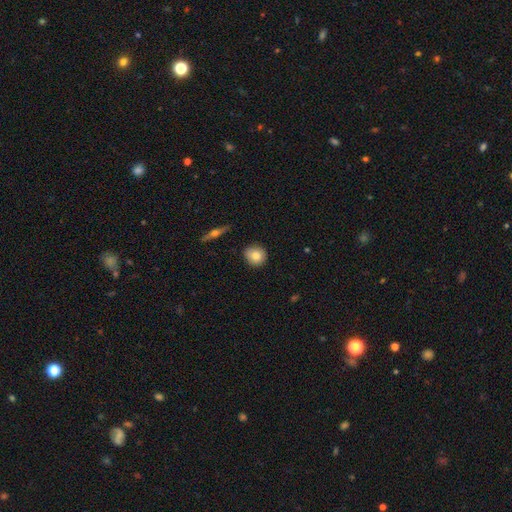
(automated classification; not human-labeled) A smooth galaxy with no disk features (80%) that is round (89%).

Vote fractions:
- Smooth or featured? smooth: 80% / featured or disk: 12% / star or artifact: 8%
- How rounded? round: 89% / in between: 9% / cigar-shaped: 1%
- Merging? none: 89% / minor disturbance: 8% / major disturbance: 2% / merger: 1%